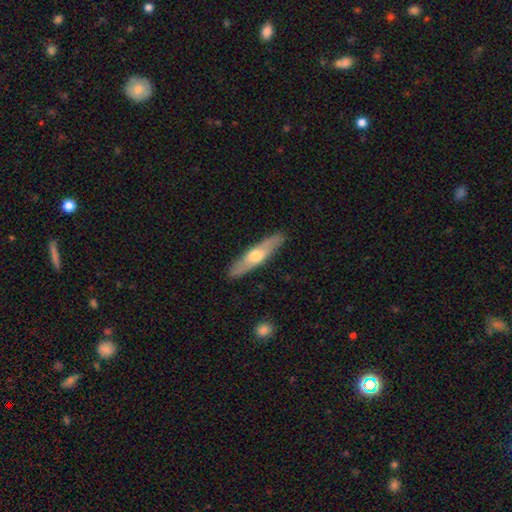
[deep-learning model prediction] The model was most divided on "smooth or featured": featured or disk: 50%, smooth: 45%, star or artifact: 5%. More confident: merging — none (89%).